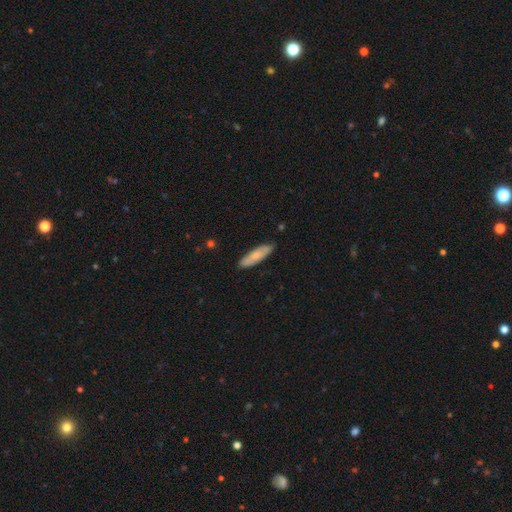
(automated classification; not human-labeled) smooth 69%, featured or disk 25%, star or artifact 5%. Down the decision tree: how rounded — cigar-shaped (62%); merging — none (85%).